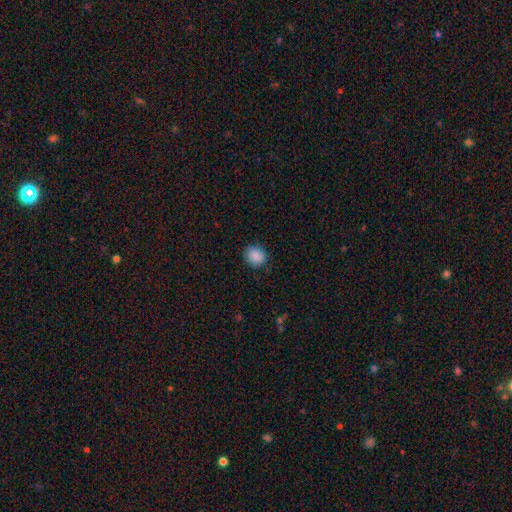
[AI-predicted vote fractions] Morphology: type=smooth (89%); roundness=round (66%); merging=none (86%).